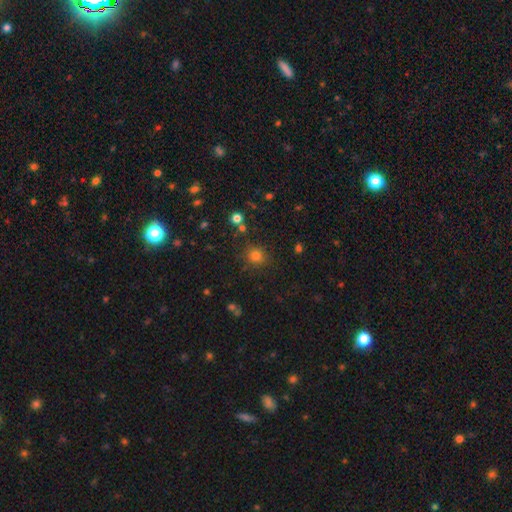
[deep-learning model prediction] Q: Smooth or featured?
A: smooth (78%); runner-up: star or artifact (16%)
Q: How rounded?
A: round (89%); runner-up: in between (10%)
Q: Merging?
A: none (83%); runner-up: minor disturbance (9%)